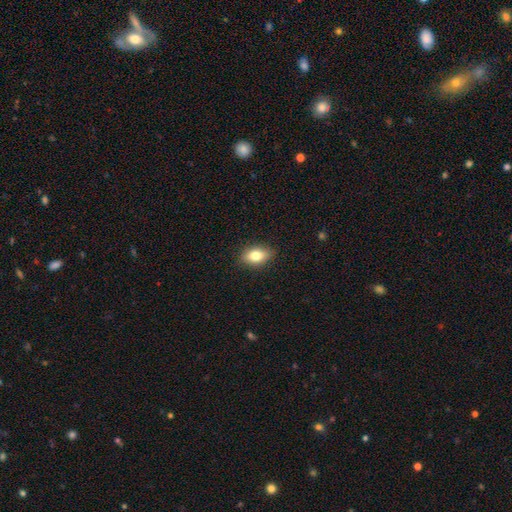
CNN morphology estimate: The model was most divided on "smooth or featured": smooth: 77%, featured or disk: 15%, star or artifact: 8%. More confident: merging — none (86%); how rounded — in between (84%).